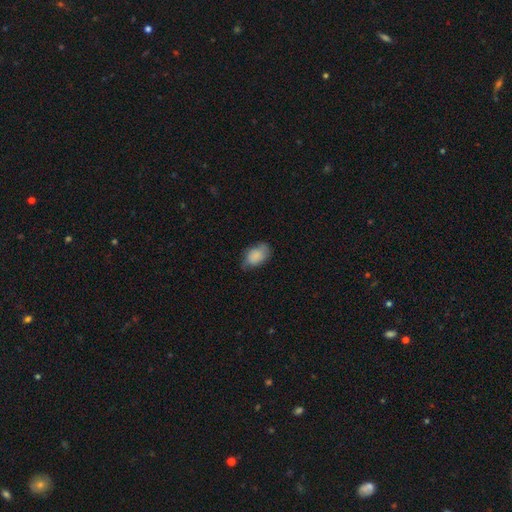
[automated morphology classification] Smooth or featured? Predicted: smooth (p=0.83). How rounded? Predicted: in between (p=0.88). Merging? Predicted: none (p=0.59).